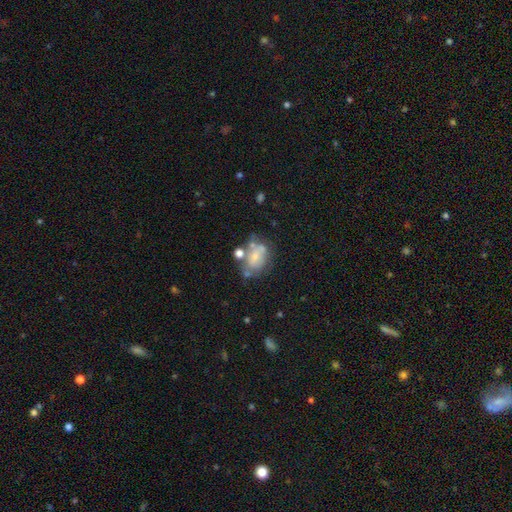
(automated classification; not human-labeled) smooth_or_featured: smooth (p=0.51) [alt: featured or disk p=0.39]
how_rounded: in between (p=0.72) [alt: round p=0.26]
merging: none (p=0.37) [alt: merger p=0.23]